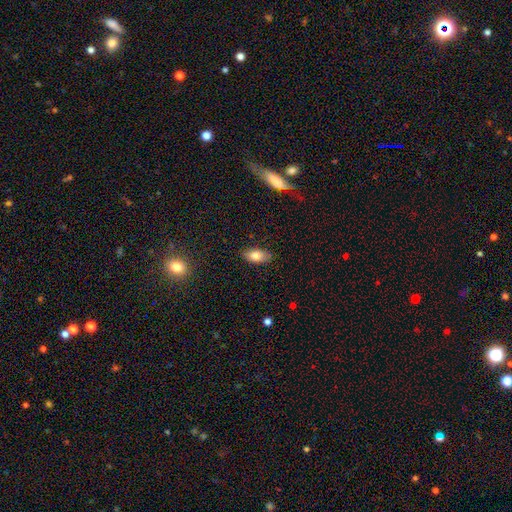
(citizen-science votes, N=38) A smooth galaxy with no disk features (87%) that is in between round and cigar-shaped (94%).

Vote fractions:
- Smooth or featured? smooth: 87% / featured or disk: 8% / star or artifact: 5%
- How rounded? in between: 94% / round: 3% / cigar-shaped: 3%
- Merging? none: 94% / minor disturbance: 6% / major disturbance: 0% / merger: 0%